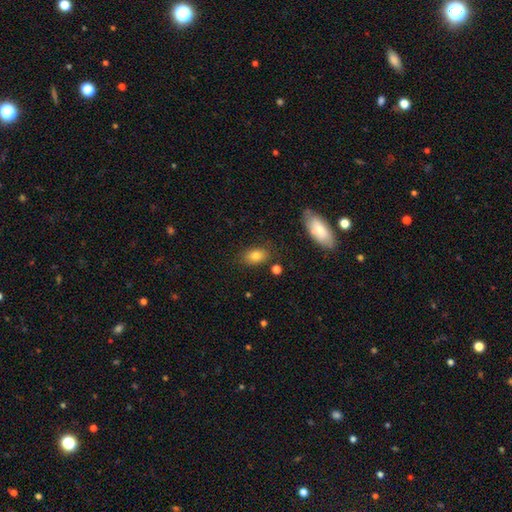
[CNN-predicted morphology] A smooth galaxy with no disk features (81%) that is in between round and cigar-shaped (84%). Merging: none (79%).